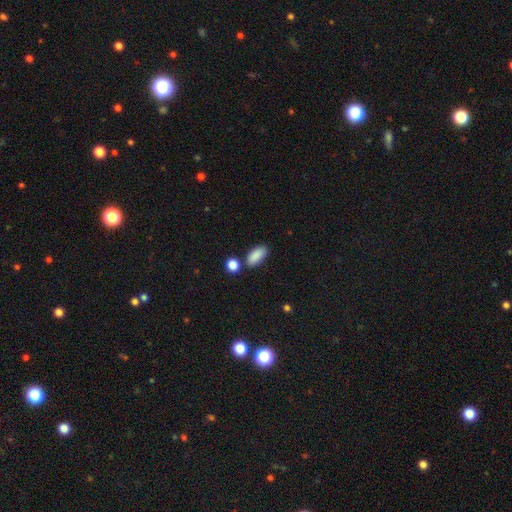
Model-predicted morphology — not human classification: smooth 89%, star or artifact 7%, featured or disk 4%. Down the decision tree: how rounded — in between (88%); merging — none (77%).